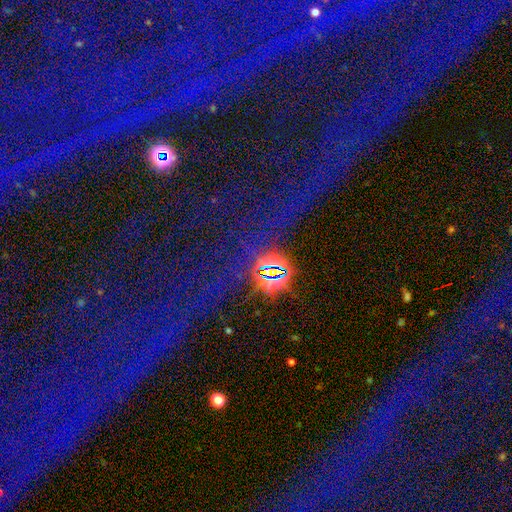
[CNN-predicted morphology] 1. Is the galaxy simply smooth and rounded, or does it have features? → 76% star or artifact, 13% smooth, 11% featured or disk.